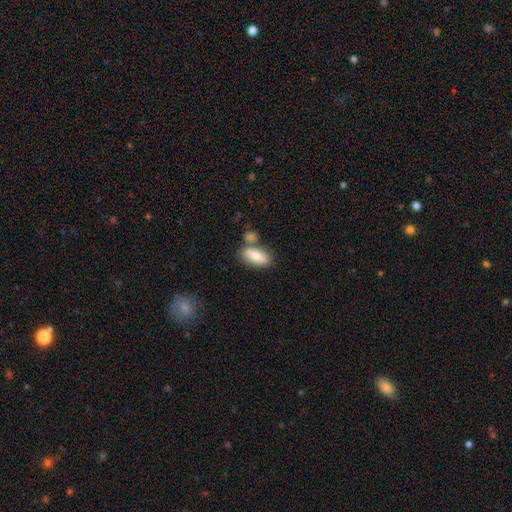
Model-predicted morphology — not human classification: This is likely a smooth galaxy (75%). How rounded: clearly in between (84%). Merging: likely none (63%).